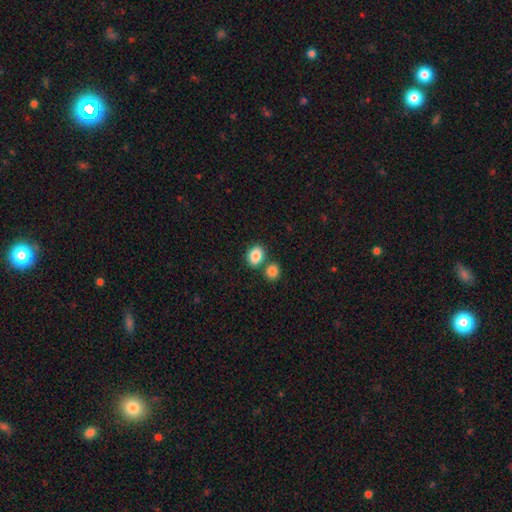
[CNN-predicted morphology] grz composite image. It shows a smooth galaxy with no disk features (86%) that is in between round and cigar-shaped (58%). Merging: none (63%).